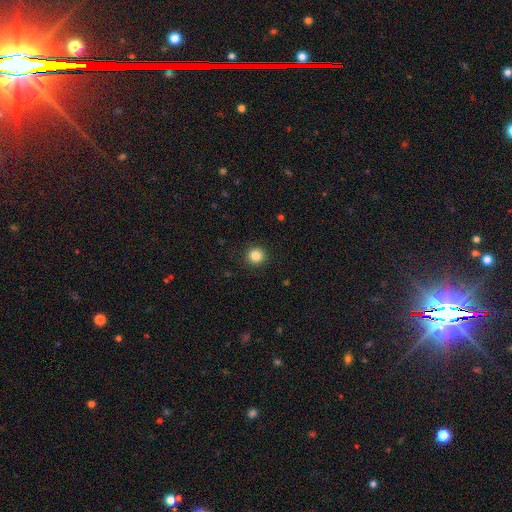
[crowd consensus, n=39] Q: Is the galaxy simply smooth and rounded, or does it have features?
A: smooth — 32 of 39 (82%).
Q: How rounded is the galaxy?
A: round — 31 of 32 (97%).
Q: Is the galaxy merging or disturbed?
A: none — 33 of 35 (94%).